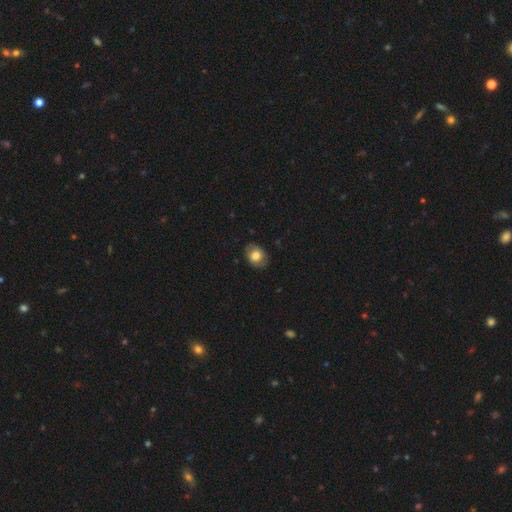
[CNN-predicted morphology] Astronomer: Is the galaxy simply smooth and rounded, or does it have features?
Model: smooth — 75%.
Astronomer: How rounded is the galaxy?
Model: in between — 62%.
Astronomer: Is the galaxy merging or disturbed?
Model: none — 82%.